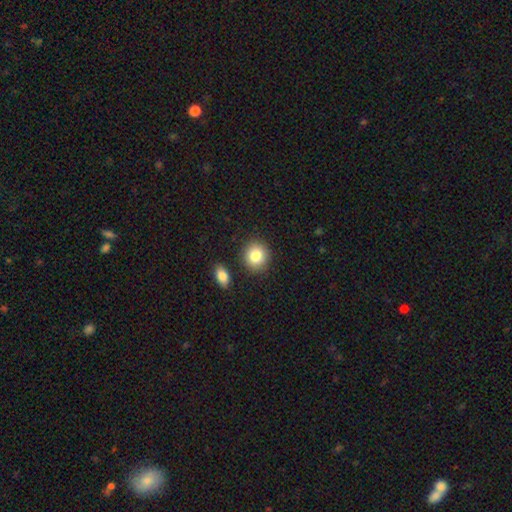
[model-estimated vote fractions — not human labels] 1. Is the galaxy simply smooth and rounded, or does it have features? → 83% smooth, 9% star or artifact, 8% featured or disk.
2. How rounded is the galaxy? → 83% round, 16% in between, 1% cigar-shaped.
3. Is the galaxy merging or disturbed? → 86% none, 7% minor disturbance, 4% merger, 2% major disturbance.